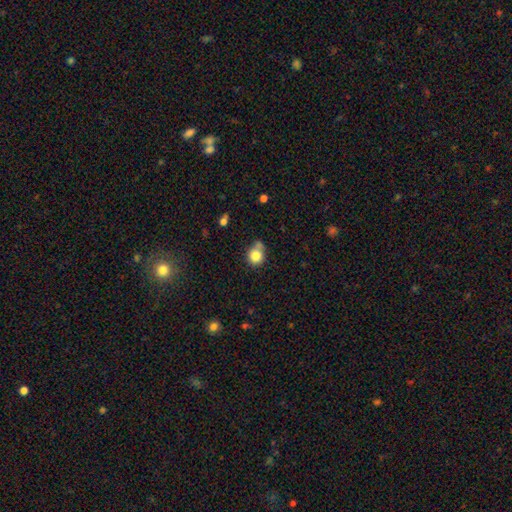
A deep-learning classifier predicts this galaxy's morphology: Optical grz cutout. It shows a smooth galaxy with no disk features (82%) that is round (83%). Merging: none (55%).